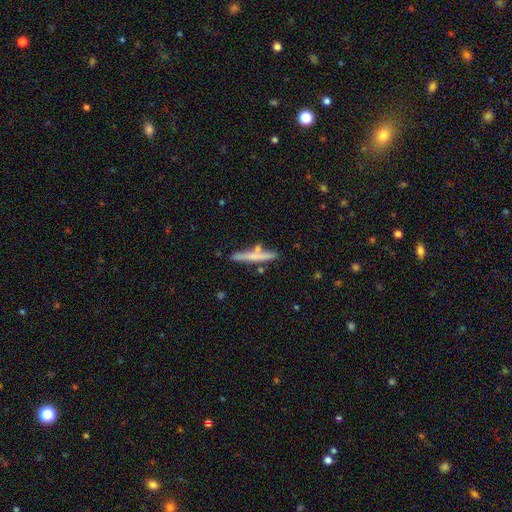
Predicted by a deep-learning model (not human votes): Q: Smooth or featured?
A: smooth (58%); runner-up: featured or disk (36%)
Q: How rounded?
A: cigar-shaped (94%); runner-up: in between (4%)
Q: Merging?
A: none (75%); runner-up: minor disturbance (12%)